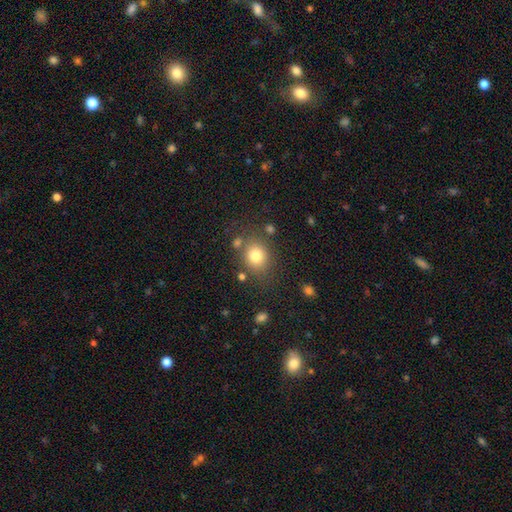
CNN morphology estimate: smooth_or_featured: smooth (p=0.79) [alt: star or artifact p=0.12]
how_rounded: round (p=0.69) [alt: in between p=0.30]
merging: none (p=0.74) [alt: minor disturbance p=0.13]